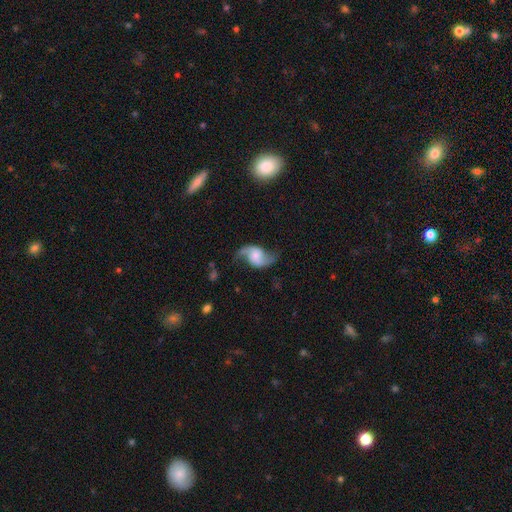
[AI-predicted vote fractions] Overall: featured or disk (83%). Edge-on disk: no (97%). Bar: no (57%; weak 34%). Spiral arms: yes (96%). Spiral arm count: 2 (93%). Spiral winding: loose (75%). Bulge size: none (27%; moderate 25%). Merging: none (72%).